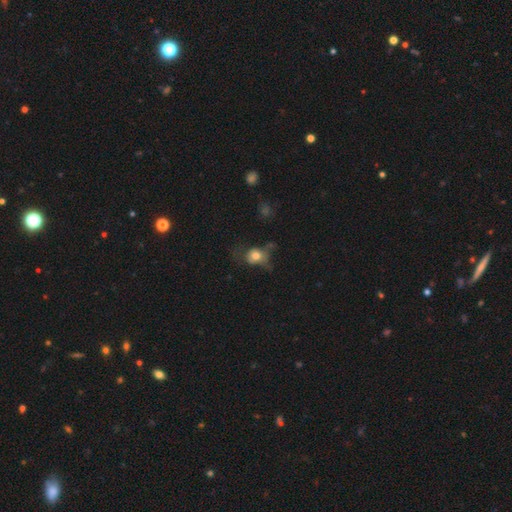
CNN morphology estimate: This is likely a smooth galaxy (68%). How rounded: possibly round (59%). Merging: marginally major disturbance (37%).